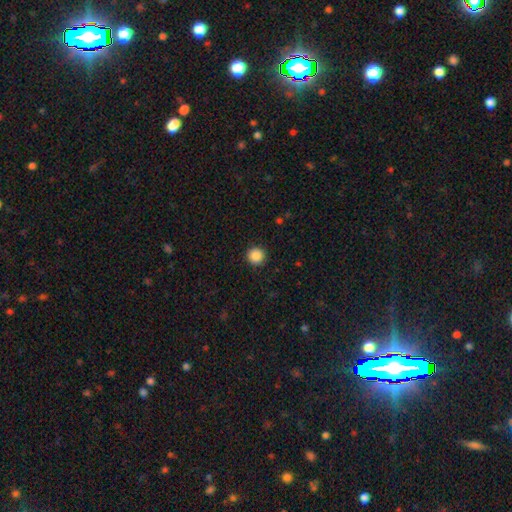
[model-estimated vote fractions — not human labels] Smooth or featured? Predicted: smooth (p=0.88). How rounded? Predicted: round (p=0.95). Merging? Predicted: none (p=0.92).